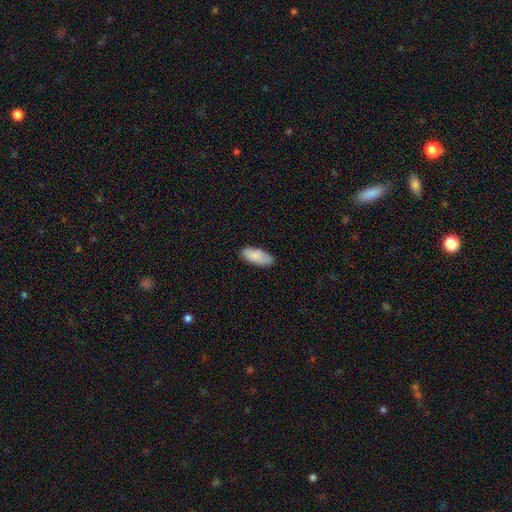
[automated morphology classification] Smooth or featured? Predicted: smooth (p=0.87). How rounded? Predicted: in between (p=0.88). Merging? Predicted: none (p=0.75).